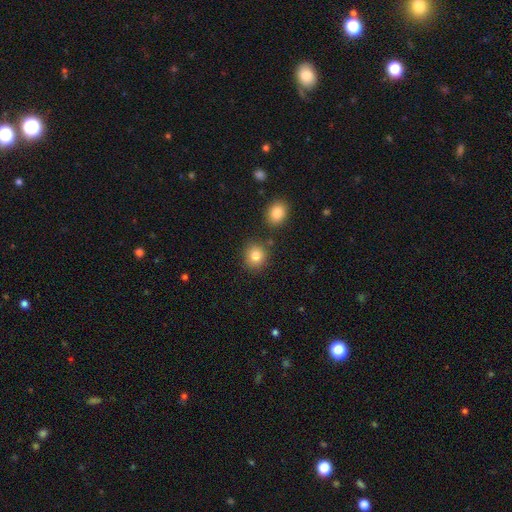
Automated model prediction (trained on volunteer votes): smooth_or_featured: smooth (p=0.84) [alt: star or artifact p=0.10]
how_rounded: round (p=0.81) [alt: in between p=0.18]
merging: none (p=0.81) [alt: minor disturbance p=0.09]